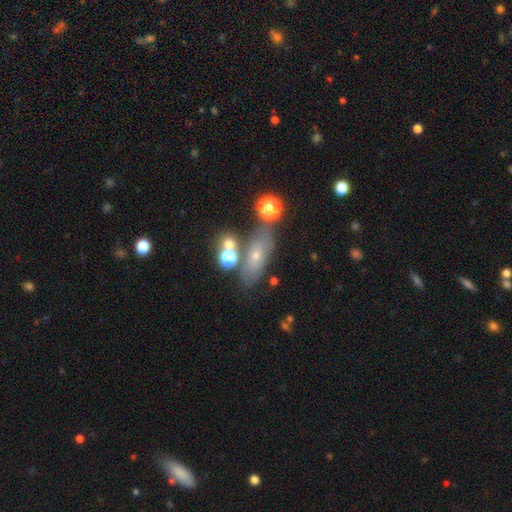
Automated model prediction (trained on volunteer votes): Smooth or featured?
  - smooth: 50% *
  - featured or disk: 35%
  - star or artifact: 15%
How rounded?
  - in between: 62% *
  - cigar-shaped: 26%
  - round: 12%
Merging?
  - none: 62% *
  - minor disturbance: 16%
  - merger: 14%
  - major disturbance: 7%